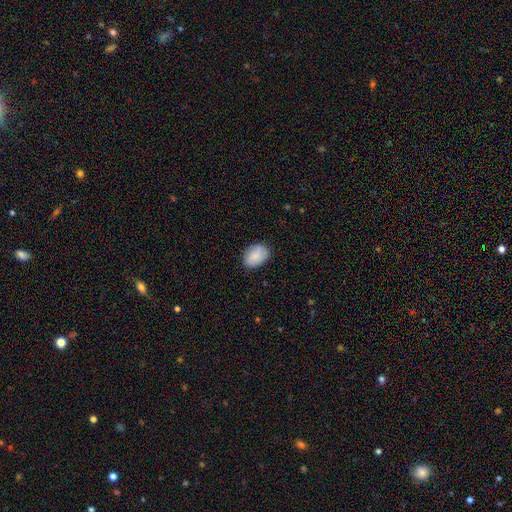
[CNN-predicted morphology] Overall: smooth (84%). How rounded: in between (81%). Merging: none (80%).